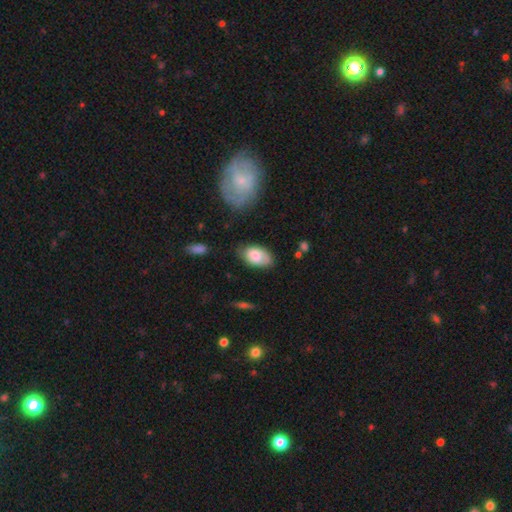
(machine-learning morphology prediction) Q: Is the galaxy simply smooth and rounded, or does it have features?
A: smooth — 72%.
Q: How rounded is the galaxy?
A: in between — 93%.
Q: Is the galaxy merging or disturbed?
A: none — 65%.